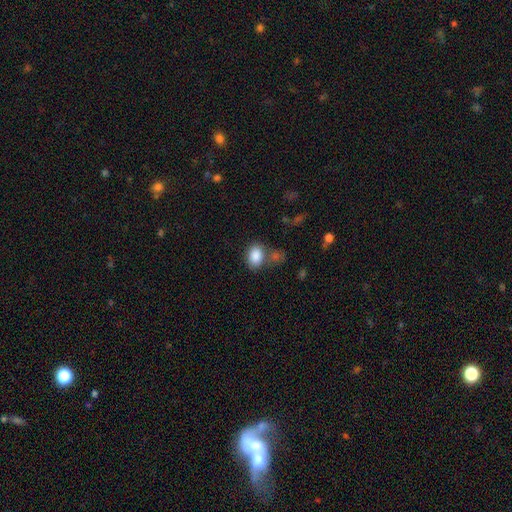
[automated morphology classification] smooth_or_featured: smooth (p=0.86) [alt: star or artifact p=0.08]
how_rounded: in between (p=0.76) [alt: round p=0.23]
merging: none (p=0.57) [alt: merger p=0.19]